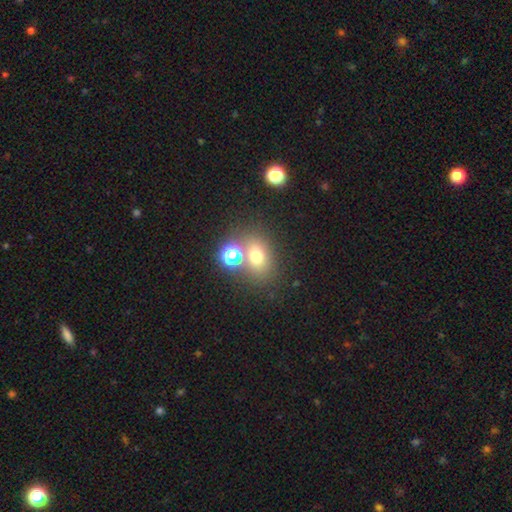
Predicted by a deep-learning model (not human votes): A smooth galaxy with no disk features (67%) that is in between round and cigar-shaped (51%). Merging: none (59%).